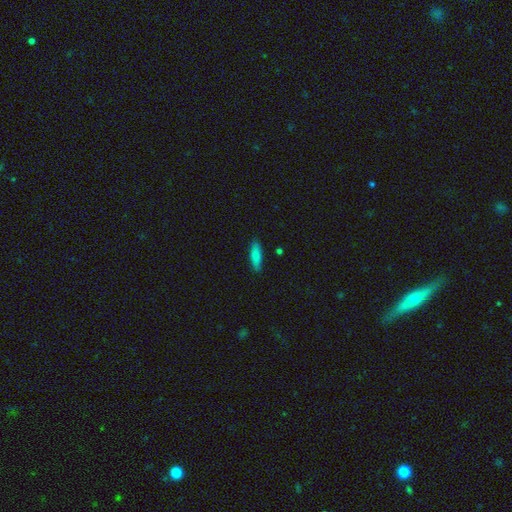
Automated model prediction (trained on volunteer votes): smooth_or_featured: smooth (p=0.81) [alt: featured or disk p=0.12]
how_rounded: cigar-shaped (p=0.61) [alt: in between p=0.37]
merging: none (p=0.86) [alt: minor disturbance p=0.10]